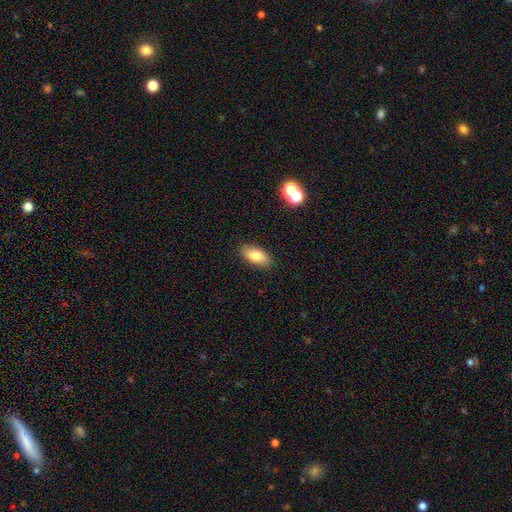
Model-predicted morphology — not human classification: Q: Smooth or featured?
A: smooth (79%); runner-up: featured or disk (13%)
Q: How rounded?
A: in between (90%); runner-up: cigar-shaped (7%)
Q: Merging?
A: none (87%); runner-up: minor disturbance (9%)